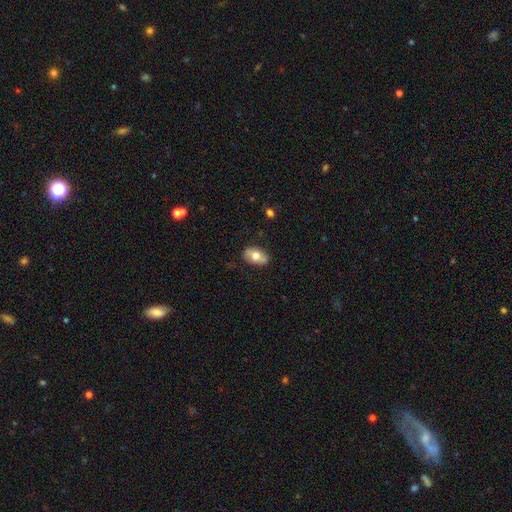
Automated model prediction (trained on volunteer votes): The model was most divided on "smooth or featured": smooth: 67%, featured or disk: 26%, star or artifact: 7%. More confident: how rounded — in between (90%); merging — none (83%).